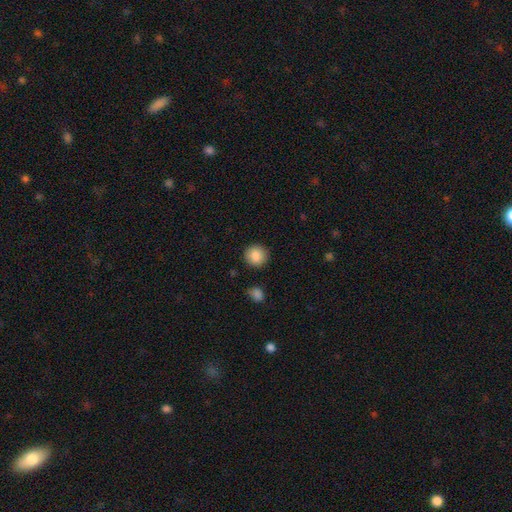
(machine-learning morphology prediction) Overall: smooth (88%). How rounded: round (92%). Merging: none (90%).